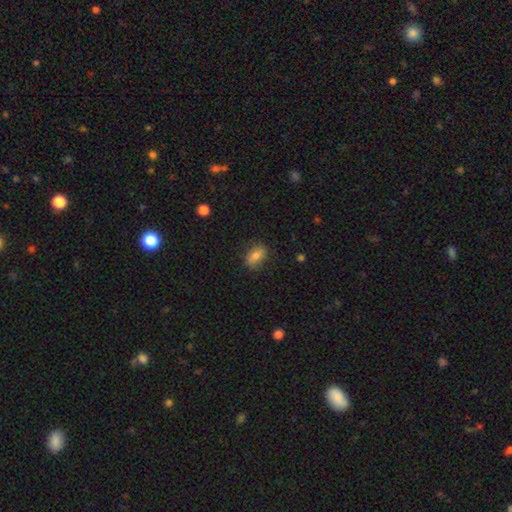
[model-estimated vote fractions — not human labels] Morphology: type=smooth (69%); roundness=in between (79%); merging=none (78%).